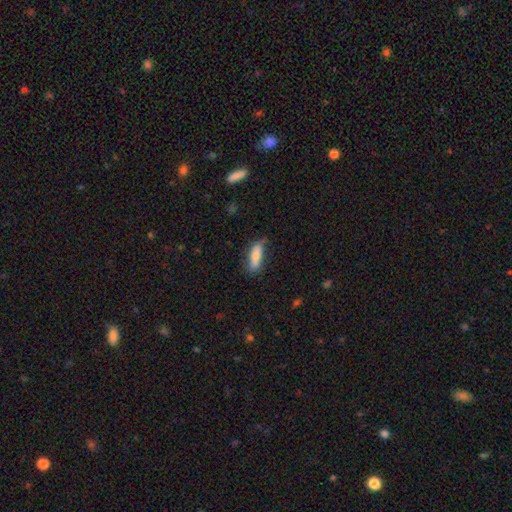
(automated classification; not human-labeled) smooth_or_featured: smooth (p=0.78) [alt: featured or disk p=0.15]
how_rounded: in between (p=0.59) [alt: cigar-shaped p=0.39]
merging: none (p=0.67) [alt: minor disturbance p=0.25]